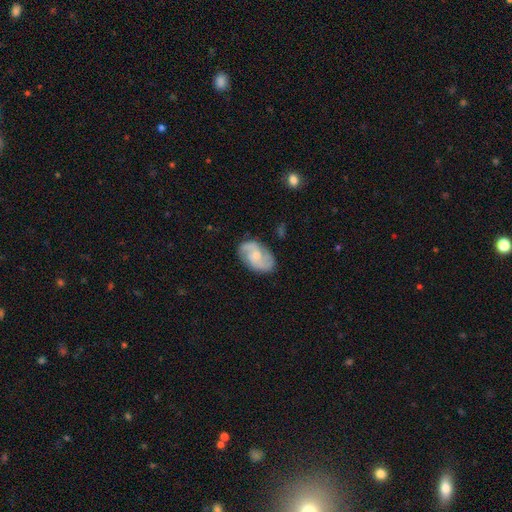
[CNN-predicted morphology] Q: Smooth or featured?
A: featured or disk (73%); runner-up: smooth (21%)
Q: Edge-on disk?
A: no (97%); runner-up: yes (3%)
Q: Bar?
A: no (56%); runner-up: weak (38%)
Q: Spiral arms?
A: yes (94%); runner-up: no (6%)
Q: Spiral winding?
A: medium (49%); runner-up: loose (26%)
Q: Spiral arm count?
A: 2 (69%); runner-up: 3 (13%)
Q: Bulge size?
A: small (41%); runner-up: moderate (37%)
Q: Merging?
A: none (77%); runner-up: minor disturbance (16%)